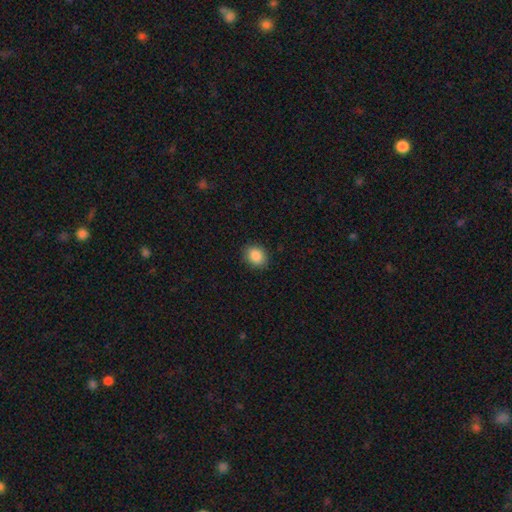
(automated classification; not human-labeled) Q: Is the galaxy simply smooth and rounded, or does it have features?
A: smooth — 88%.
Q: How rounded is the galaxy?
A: round — 60%.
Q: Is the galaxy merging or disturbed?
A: none — 88%.